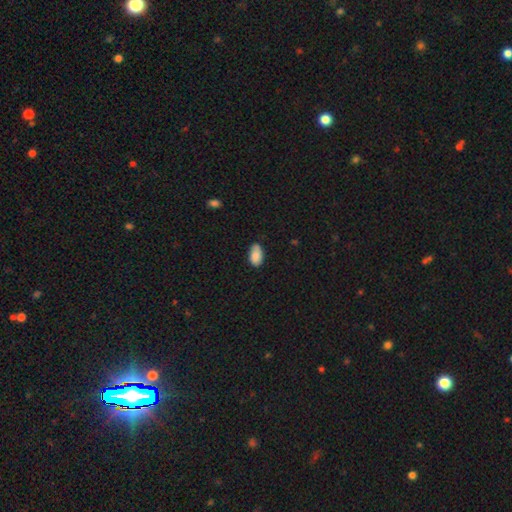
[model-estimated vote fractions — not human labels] Smooth or featured: smooth — 87% (star or artifact — 7%)
How rounded: in between — 94% (round — 4%)
Merging: none — 67% (minor disturbance — 27%)